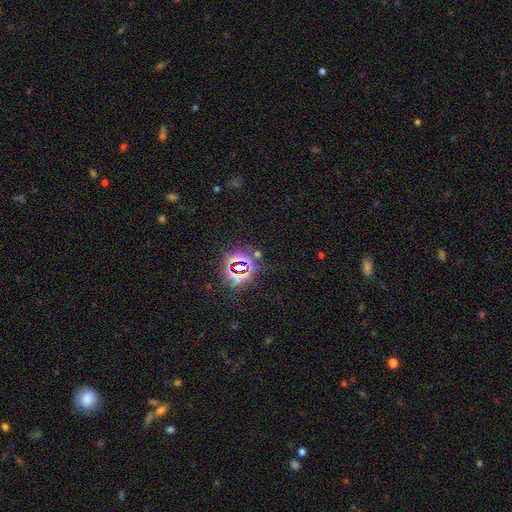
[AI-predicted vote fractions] A star or artifact, not a galaxy (82%).